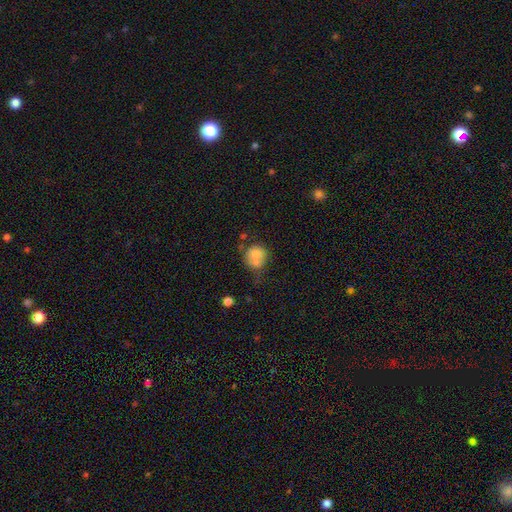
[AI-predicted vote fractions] Smooth or featured? Predicted: smooth (p=0.74). How rounded? Predicted: round (p=0.78). Merging? Predicted: merger (p=0.41).